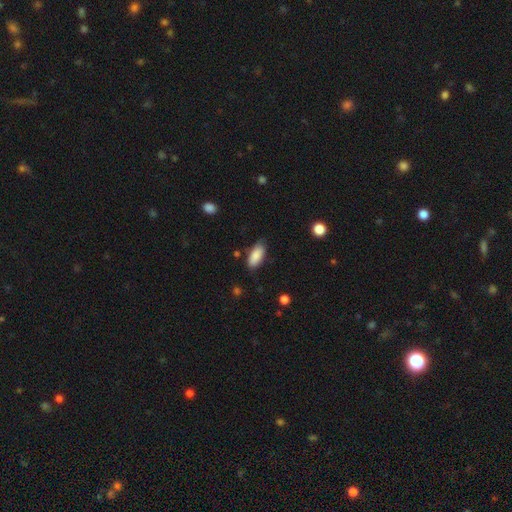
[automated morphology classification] Smooth or featured? smooth (87%)
How rounded? in between (87%)
Merging? none (78%)